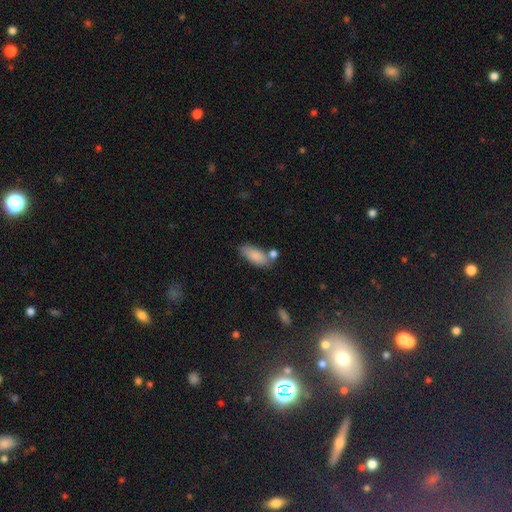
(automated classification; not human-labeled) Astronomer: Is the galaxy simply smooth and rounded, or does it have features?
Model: smooth — 86%.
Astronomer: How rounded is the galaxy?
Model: in between — 83%.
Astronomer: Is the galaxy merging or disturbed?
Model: none — 63%.